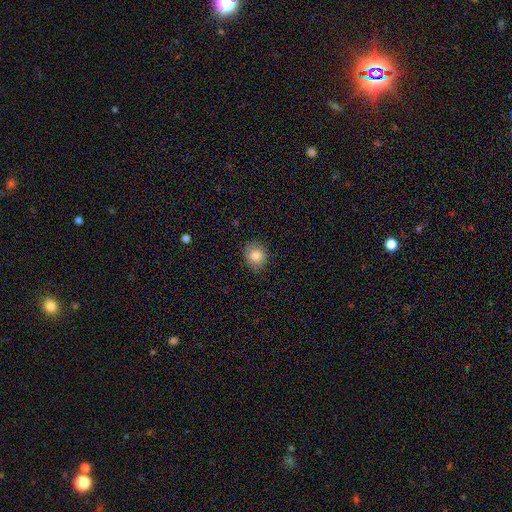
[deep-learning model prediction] Smooth or featured? smooth (83%)
How rounded? round (75%)
Merging? none (83%)